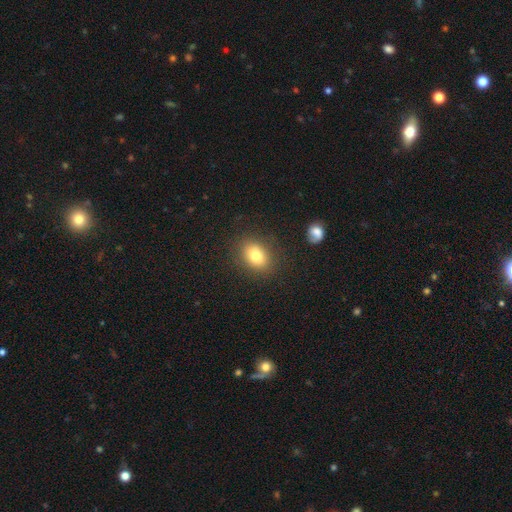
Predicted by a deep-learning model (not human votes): Smooth or featured?
  - smooth: 80% *
  - star or artifact: 10%
  - featured or disk: 10%
How rounded?
  - in between: 61% *
  - round: 38%
  - cigar-shaped: 1%
Merging?
  - none: 84% *
  - minor disturbance: 10%
  - major disturbance: 4%
  - merger: 2%